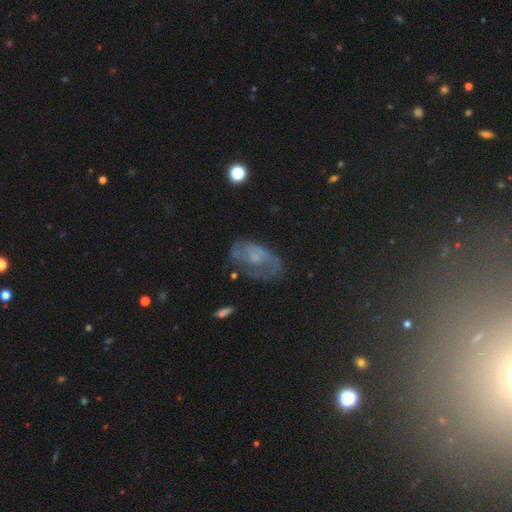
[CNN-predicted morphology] type=featured or disk (58%); edge-on=no (94%); bar=no (75%); spiral arms=yes (66%); bulge=small (48%); merging=none (48%).